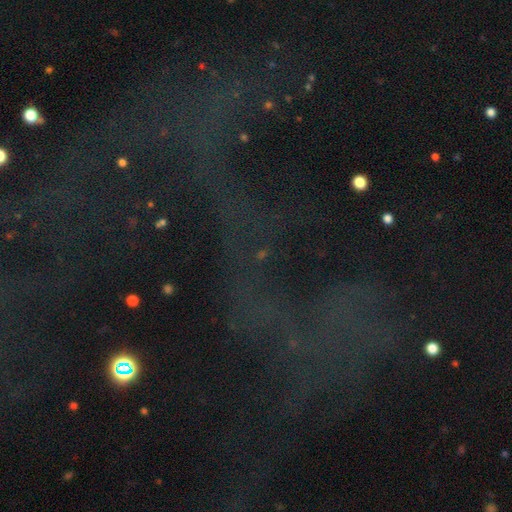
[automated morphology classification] Smooth or featured? Predicted: star or artifact (p=0.59).